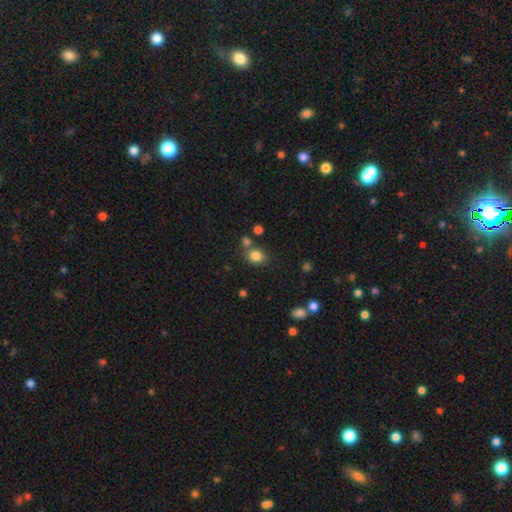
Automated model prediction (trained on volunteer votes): The model was most divided on "how rounded": round: 64%, in between: 35%, cigar-shaped: 1%. More confident: smooth or featured — smooth (82%); merging — none (66%).